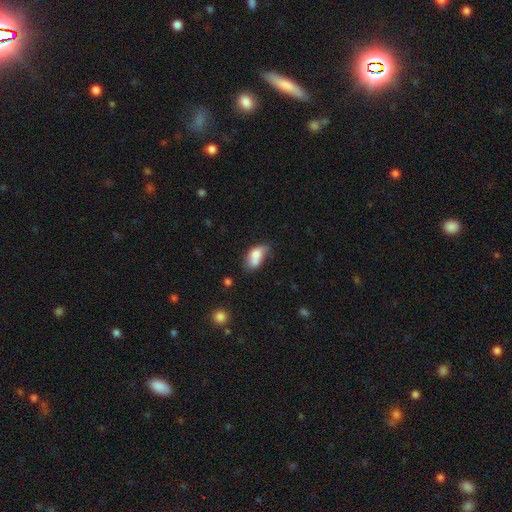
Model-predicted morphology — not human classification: The model was most divided on "merging": merger: 29%, none: 28%, minor disturbance: 28%, major disturbance: 16%. More confident: how rounded — in between (87%); smooth or featured — smooth (71%).